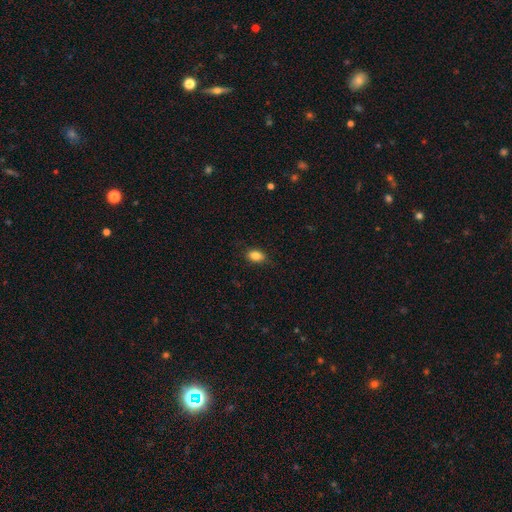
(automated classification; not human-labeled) Smooth or featured: smooth — 85% (star or artifact — 9%)
How rounded: in between — 84% (round — 14%)
Merging: none — 84% (minor disturbance — 12%)